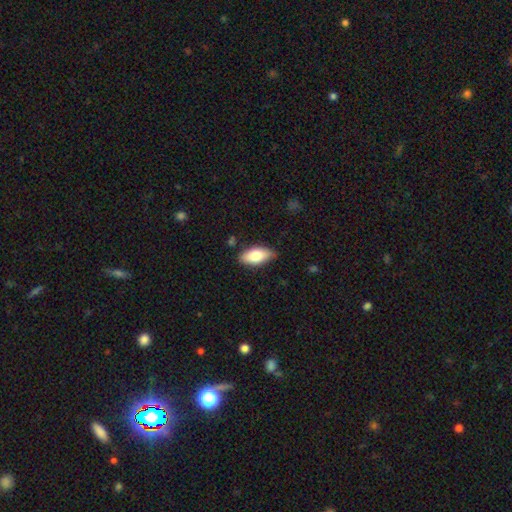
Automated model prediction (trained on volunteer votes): smooth 76%, featured or disk 18%, star or artifact 6%. Down the decision tree: how rounded — in between (89%); merging — none (80%).